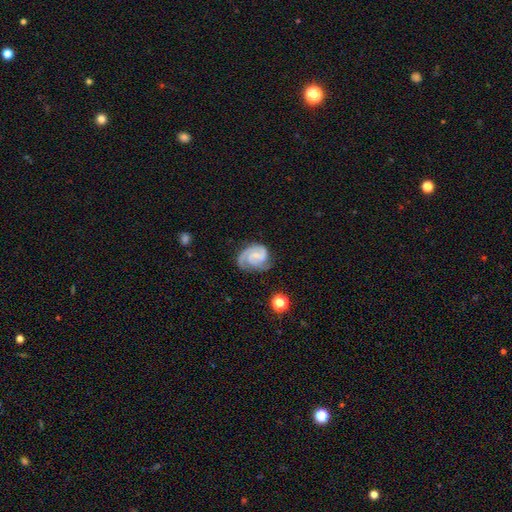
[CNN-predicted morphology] smooth-or-featured: featured or disk: 85% | smooth: 10% | star or artifact: 5%
  disk-edge-on: no: 98% | yes: 2%
    bar: no: 53% | weak: 40% | strong: 8%
    has-spiral-arms: yes: 97% | no: 3%
      spiral-winding: tight: 51% | medium: 40% | loose: 9%
      spiral-arm-count: 2: 58% | 3: 21% | can't tell: 9% | 1: 8% | 4: 2% | more than 4: 2%
    bulge-size: small: 63% | moderate: 22% | none: 12% | large: 1% | dominant: 1%
  merging: none: 61% | minor disturbance: 25% | major disturbance: 12% | merger: 2%